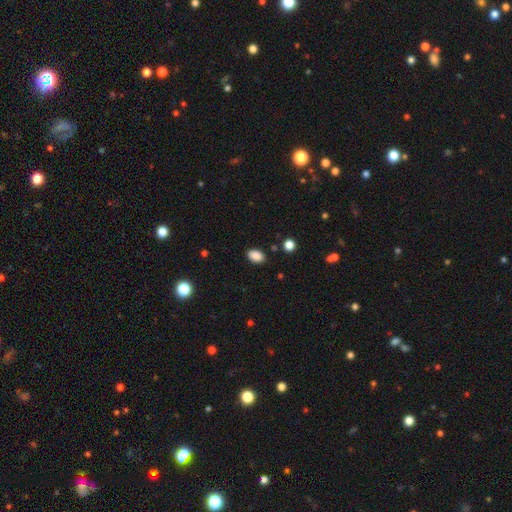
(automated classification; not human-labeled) Smooth or featured? Predicted: smooth (p=0.88). How rounded? Predicted: in between (p=0.88). Merging? Predicted: none (p=0.86).